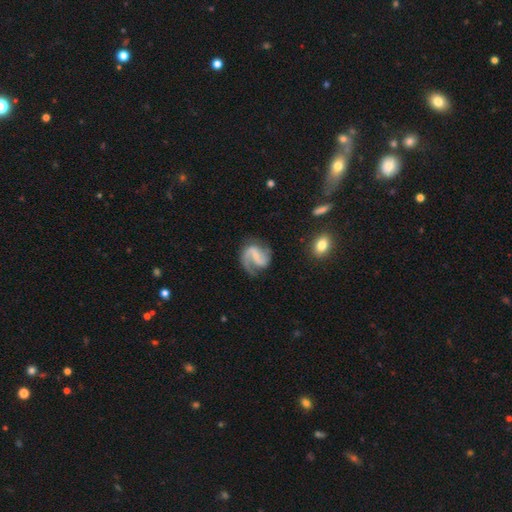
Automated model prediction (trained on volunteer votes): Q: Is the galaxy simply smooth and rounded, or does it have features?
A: featured or disk — 83%.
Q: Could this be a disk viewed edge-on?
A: no — 98%.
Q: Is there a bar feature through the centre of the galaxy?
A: weak — 43%.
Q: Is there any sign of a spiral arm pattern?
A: yes — 95%.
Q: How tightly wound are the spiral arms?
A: medium — 48%.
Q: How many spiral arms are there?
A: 2 — 68%.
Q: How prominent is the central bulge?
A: small — 43%.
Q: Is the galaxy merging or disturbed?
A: none — 61%.